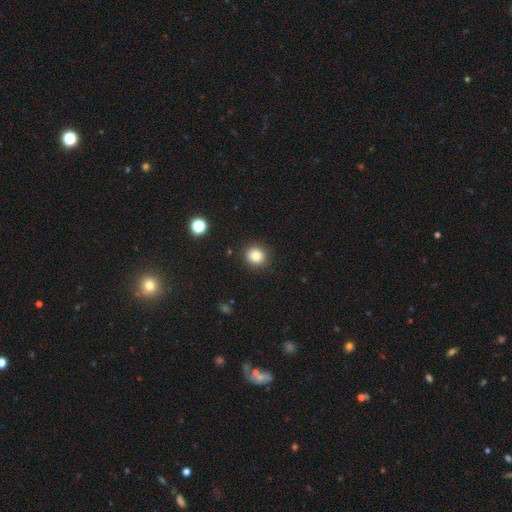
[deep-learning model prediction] Q: Smooth or featured?
A: smooth (82%); runner-up: star or artifact (11%)
Q: How rounded?
A: round (87%); runner-up: in between (13%)
Q: Merging?
A: none (90%); runner-up: minor disturbance (7%)